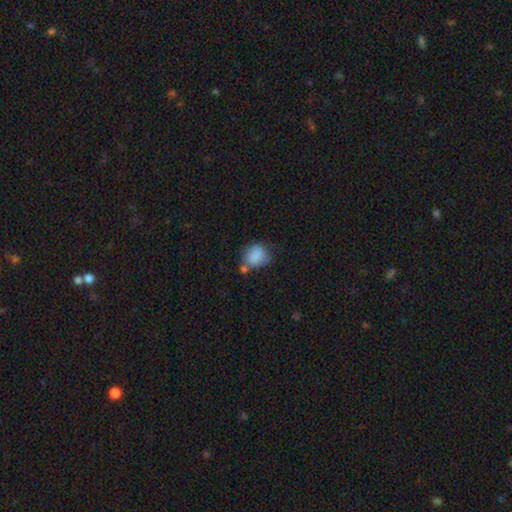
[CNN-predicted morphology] A smooth galaxy with no disk features (81%) that is in between round and cigar-shaped (50%). Merging: none (47%).